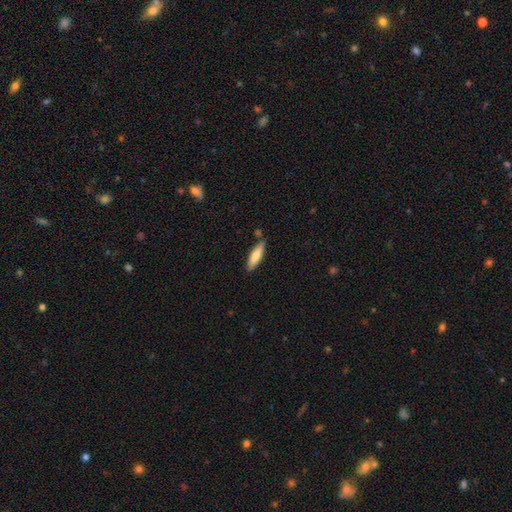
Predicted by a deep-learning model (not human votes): Morphology: type=smooth (79%); roundness=cigar-shaped (63%); merging=none (78%).